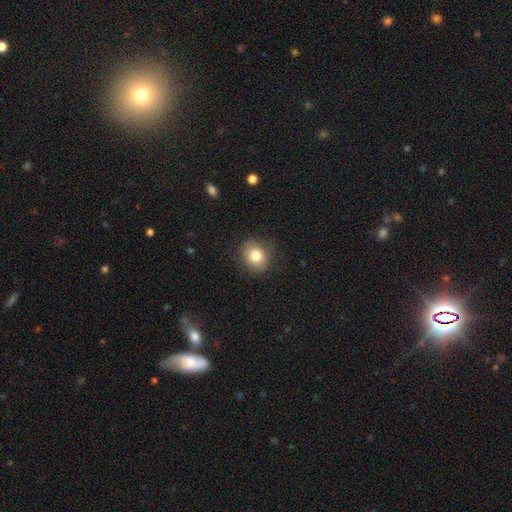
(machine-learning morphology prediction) smooth_or_featured: smooth (p=0.81) [alt: featured or disk p=0.10]
how_rounded: round (p=0.64) [alt: in between p=0.35]
merging: none (p=0.84) [alt: minor disturbance p=0.12]